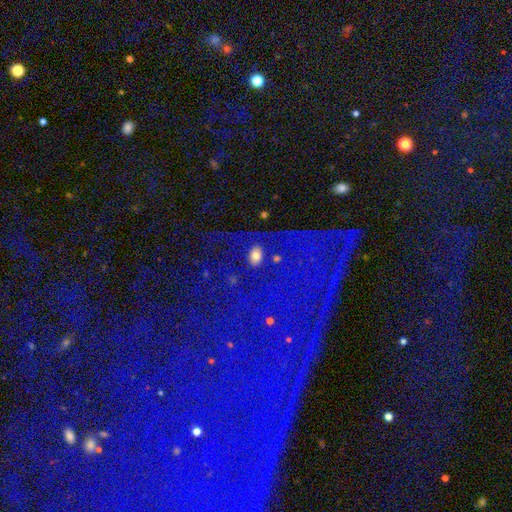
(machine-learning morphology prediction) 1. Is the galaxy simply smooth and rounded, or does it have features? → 74% smooth, 15% star or artifact, 11% featured or disk.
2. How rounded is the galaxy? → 79% in between, 19% round, 2% cigar-shaped.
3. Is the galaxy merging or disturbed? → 78% none, 11% minor disturbance, 6% major disturbance, 5% merger.